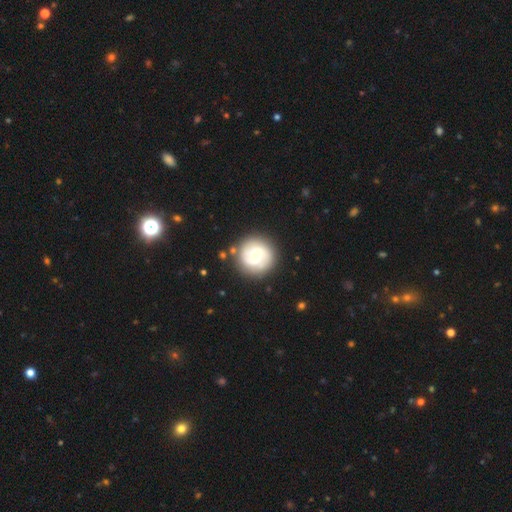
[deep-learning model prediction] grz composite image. It shows a featured or disk galaxy (69%) with a weak bar (52%), 2 (85%) medium (44%) spiral arms (88%) and a moderate central bulge (53%). Merging: none (84%).